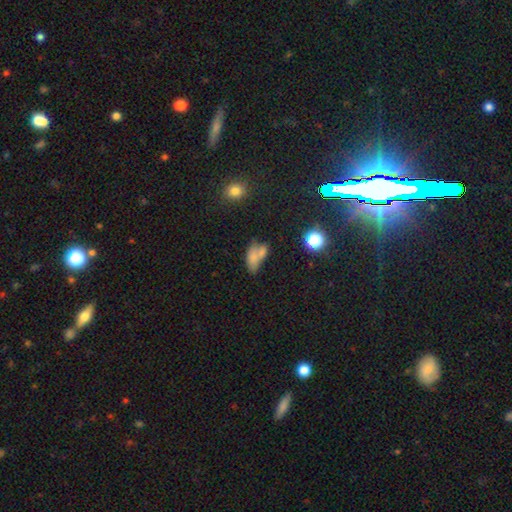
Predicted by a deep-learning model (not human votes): Smooth or featured: smooth — 65% (featured or disk — 20%)
How rounded: in between — 84% (round — 9%)
Merging: merger — 43% (none — 26%)